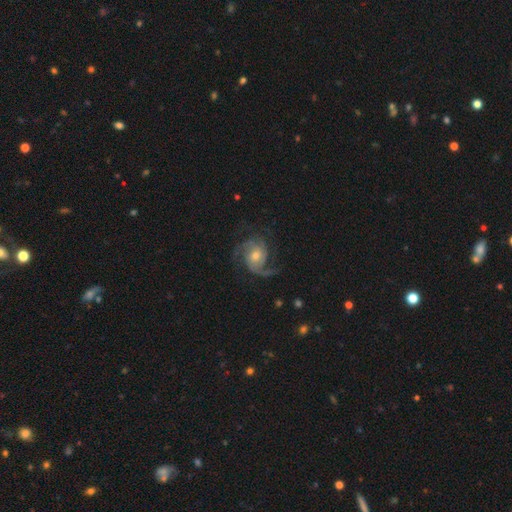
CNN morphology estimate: This is clearly a featured or disk galaxy (89%). It is clearly not viewed edge-on (98%). Bar: likely no (68%). Spiral arm pattern: clearly yes (98%). Spiral arm count: marginally 2 (40%). Spiral winding: possibly medium (51%). Central bulge: possibly moderate (57%). Merging: likely none (71%).